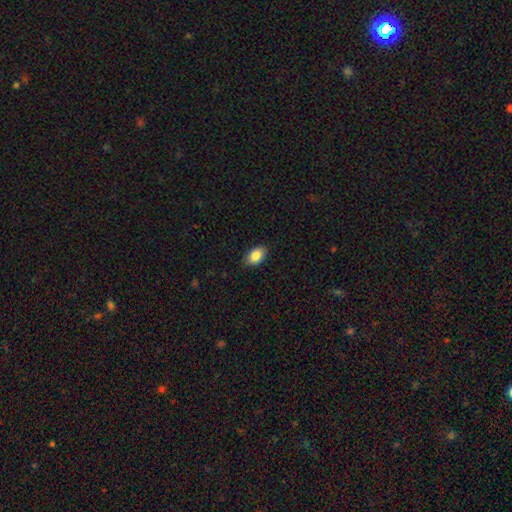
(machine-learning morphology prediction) smooth 87%, star or artifact 7%, featured or disk 6%. Down the decision tree: how rounded — in between (91%); merging — none (86%).